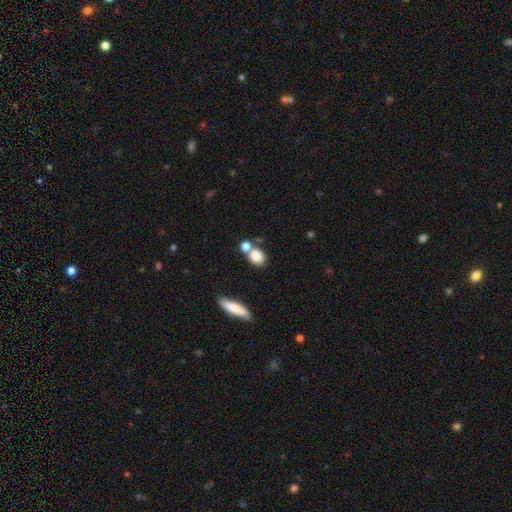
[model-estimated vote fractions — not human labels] Morphology: type=smooth (81%); roundness=round (60%); merging=none (53%).